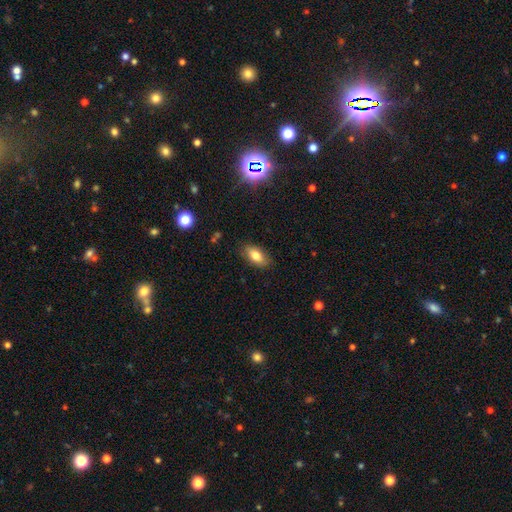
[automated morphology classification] smooth-or-featured: smooth: 79% | featured or disk: 13% | star or artifact: 8%
  how-rounded: in between: 90% | cigar-shaped: 6% | round: 4%
  merging: none: 84% | minor disturbance: 12% | major disturbance: 3% | merger: 1%